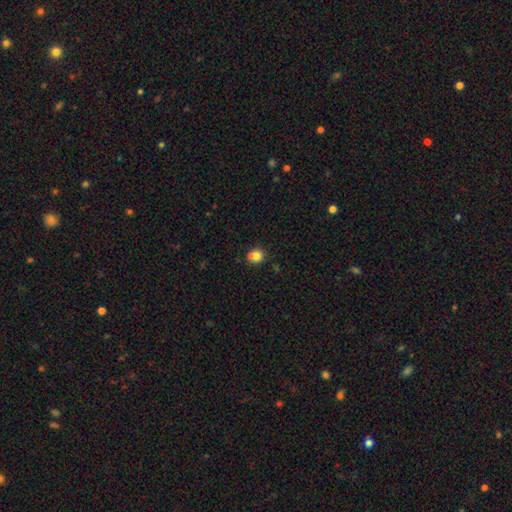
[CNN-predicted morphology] This is likely a smooth galaxy (78%). How rounded: clearly round (80%). Merging: possibly none (54%).